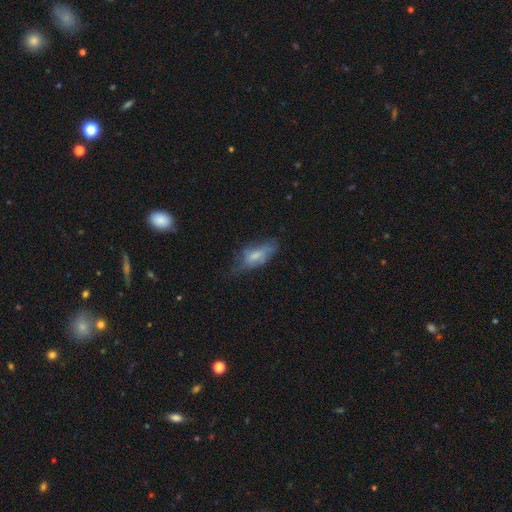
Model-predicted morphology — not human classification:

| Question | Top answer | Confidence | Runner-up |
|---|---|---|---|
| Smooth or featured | smooth | 59% | featured or disk (33%) |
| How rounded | in between | 78% | cigar-shaped (19%) |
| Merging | none | 45% | minor disturbance (34%) |